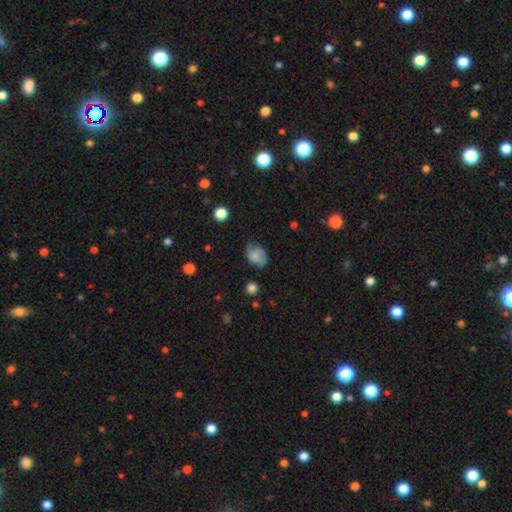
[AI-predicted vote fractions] A smooth galaxy with no disk features (66%) that is in between round and cigar-shaped (76%). Merging: none (57%).